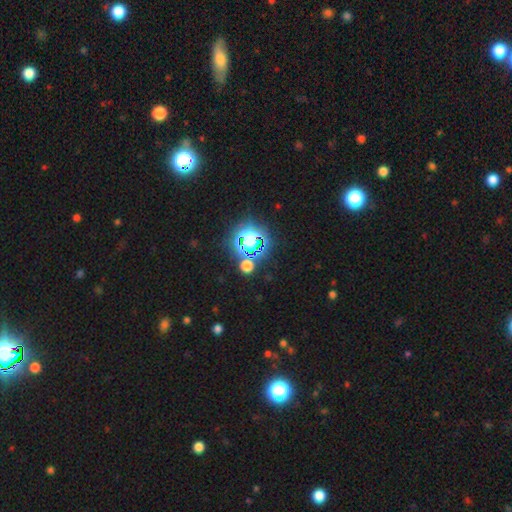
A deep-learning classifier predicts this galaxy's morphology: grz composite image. It shows a star or artifact, not a galaxy (74%).